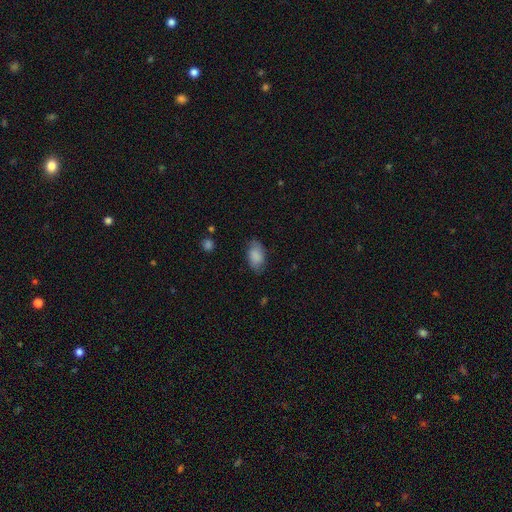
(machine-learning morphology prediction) This appears to be a smooth galaxy with no disk features (83%) that is in between round and cigar-shaped (92%). Merging: none (76%).